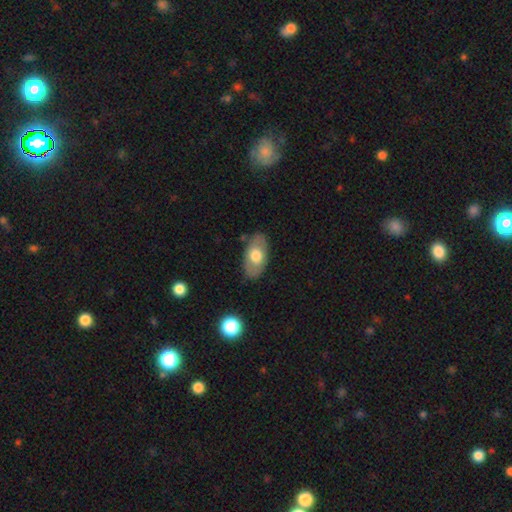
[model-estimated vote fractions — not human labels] Smooth or featured: smooth — 60% (featured or disk — 34%)
How rounded: in between — 92% (round — 6%)
Merging: none — 80% (minor disturbance — 15%)